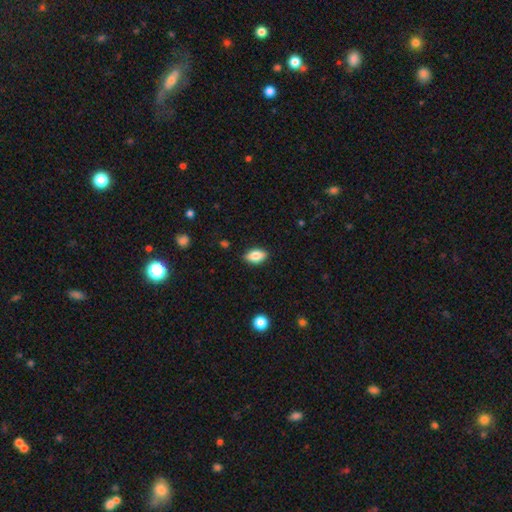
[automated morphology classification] A smooth galaxy with no disk features (80%) that is in between round and cigar-shaped (89%).

Vote fractions:
- Smooth or featured? smooth: 80% / featured or disk: 12% / star or artifact: 8%
- How rounded? in between: 89% / round: 6% / cigar-shaped: 5%
- Merging? none: 86% / minor disturbance: 11% / major disturbance: 2% / merger: 1%